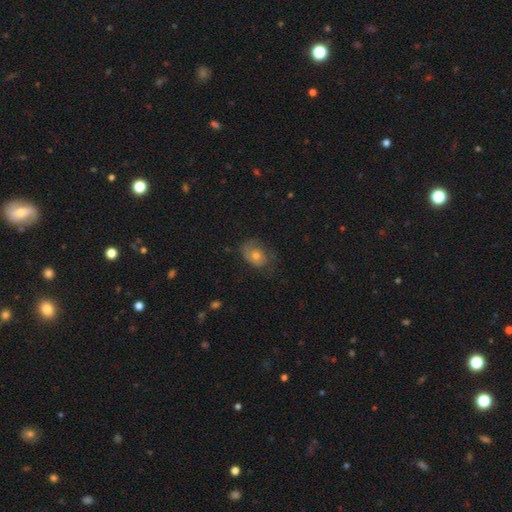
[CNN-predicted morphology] A featured or disk galaxy (46%).

Vote fractions:
- Smooth or featured? featured or disk: 46% / smooth: 42% / star or artifact: 12%
- Merging? none: 60% / minor disturbance: 25% / major disturbance: 13% / merger: 1%